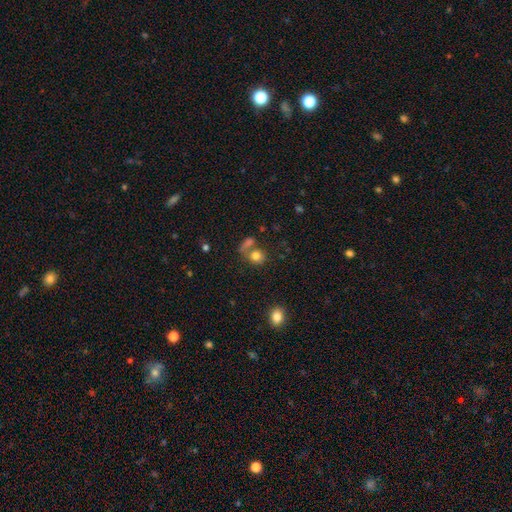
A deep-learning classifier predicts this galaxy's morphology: Smooth or featured? smooth (78%)
How rounded? round (67%)
Merging? none (46%)